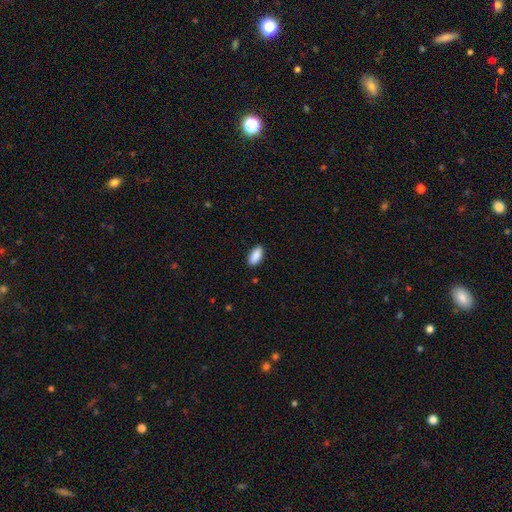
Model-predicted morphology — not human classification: The model was most divided on "merging": none: 88%, minor disturbance: 9%, major disturbance: 2%, merger: 1%. More confident: how rounded — in between (91%); smooth or featured — smooth (90%).